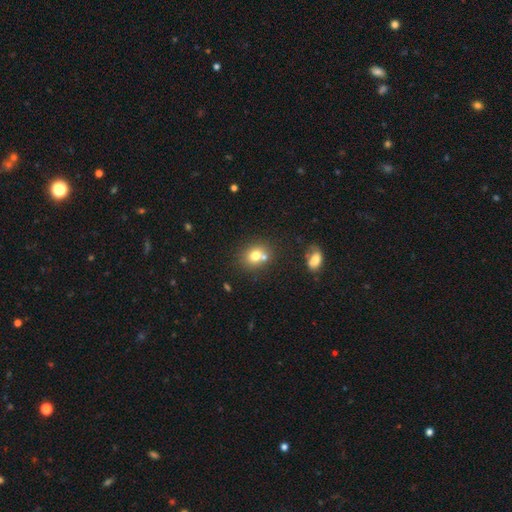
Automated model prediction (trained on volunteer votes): Q: Smooth or featured?
A: smooth (74%); runner-up: featured or disk (14%)
Q: How rounded?
A: round (68%); runner-up: in between (31%)
Q: Merging?
A: none (56%); runner-up: merger (31%)